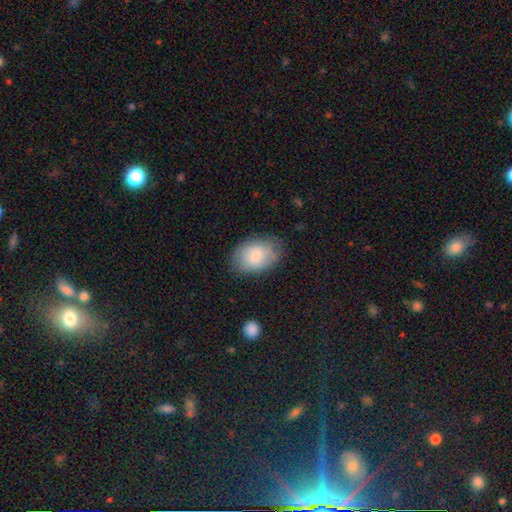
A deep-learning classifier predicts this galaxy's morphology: Smooth or featured? Predicted: smooth (p=0.77). How rounded? Predicted: in between (p=0.81). Merging? Predicted: none (p=0.73).